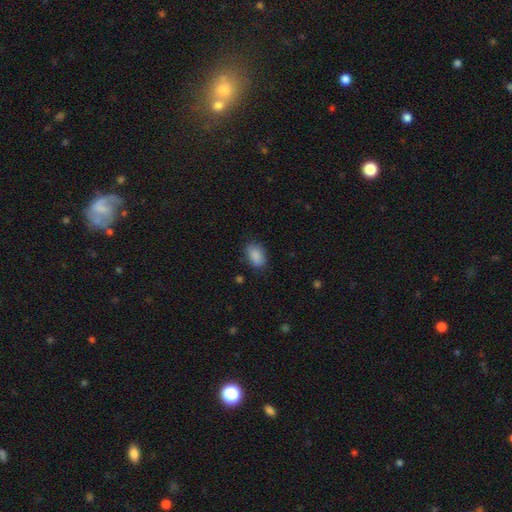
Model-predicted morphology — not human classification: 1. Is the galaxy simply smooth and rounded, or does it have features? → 88% smooth, 8% star or artifact, 4% featured or disk.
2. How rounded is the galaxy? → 86% in between, 12% round, 2% cigar-shaped.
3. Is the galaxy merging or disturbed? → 78% none, 16% minor disturbance, 4% major disturbance, 1% merger.